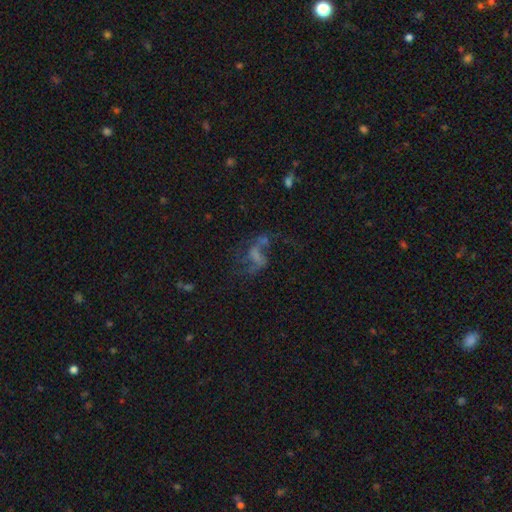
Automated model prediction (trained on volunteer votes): Smooth or featured? Predicted: featured or disk (p=0.58). Edge-on disk? Predicted: no (p=0.97). Bar? Predicted: no (p=0.52). Spiral arms? Predicted: yes (p=0.61). Bulge size? Predicted: none (p=0.62). Merging? Predicted: major disturbance (p=0.40).